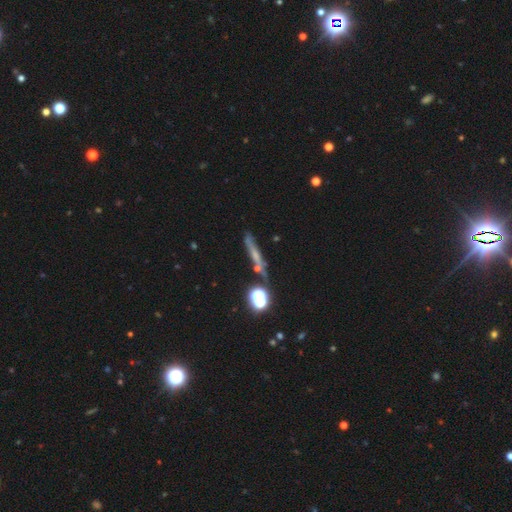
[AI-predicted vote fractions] smooth_or_featured: smooth (p=0.41) [alt: featured or disk p=0.35]
merging: none (p=0.67) [alt: minor disturbance p=0.16]